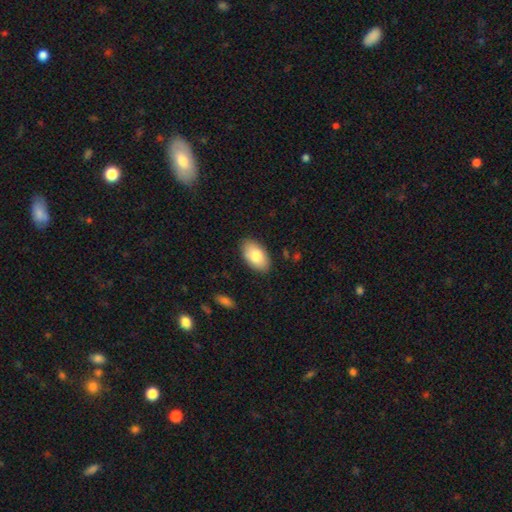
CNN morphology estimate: Q: Smooth or featured?
A: smooth (78%); runner-up: featured or disk (15%)
Q: How rounded?
A: in between (94%); runner-up: round (5%)
Q: Merging?
A: none (86%); runner-up: minor disturbance (11%)